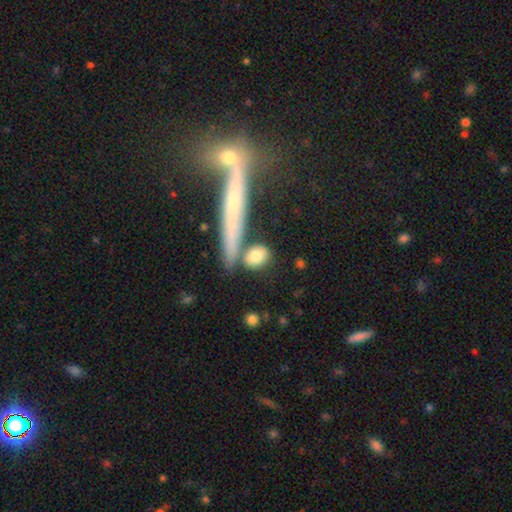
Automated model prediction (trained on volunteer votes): smooth 79%, featured or disk 14%, star or artifact 7%. Down the decision tree: how rounded — in between (45%); merging — none (67%).